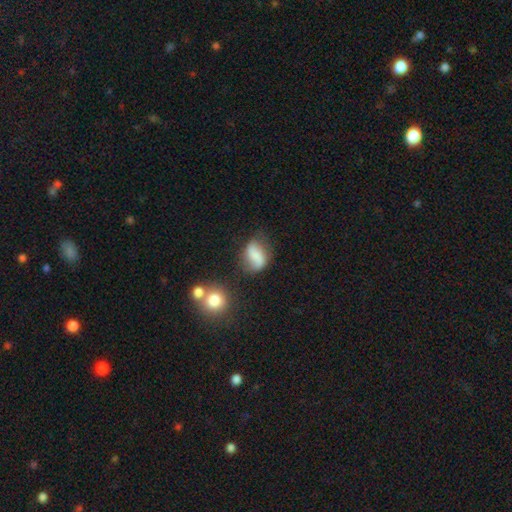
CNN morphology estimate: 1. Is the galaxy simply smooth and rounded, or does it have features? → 52% smooth, 38% featured or disk, 10% star or artifact.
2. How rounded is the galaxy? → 73% in between, 25% round, 3% cigar-shaped.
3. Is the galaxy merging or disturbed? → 51% none, 29% minor disturbance, 13% major disturbance, 7% merger.